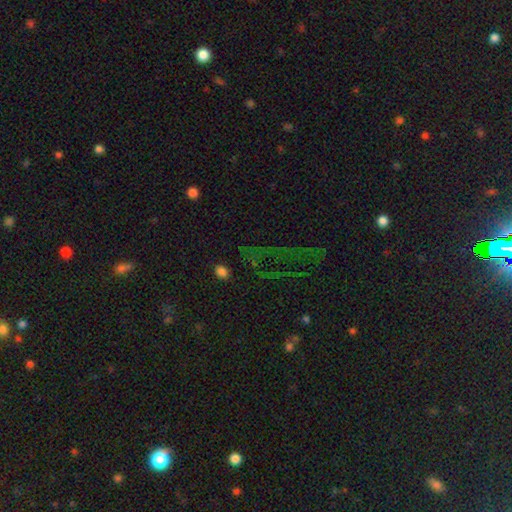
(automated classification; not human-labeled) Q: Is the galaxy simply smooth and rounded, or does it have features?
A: star or artifact — 67%.